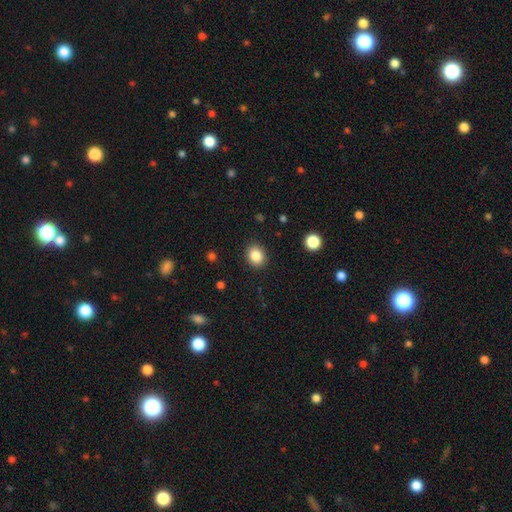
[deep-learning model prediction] smooth-or-featured: smooth: 85% | star or artifact: 10% | featured or disk: 5%
  how-rounded: round: 62% | in between: 37% | cigar-shaped: 1%
  merging: none: 89% | minor disturbance: 7% | major disturbance: 2% | merger: 1%